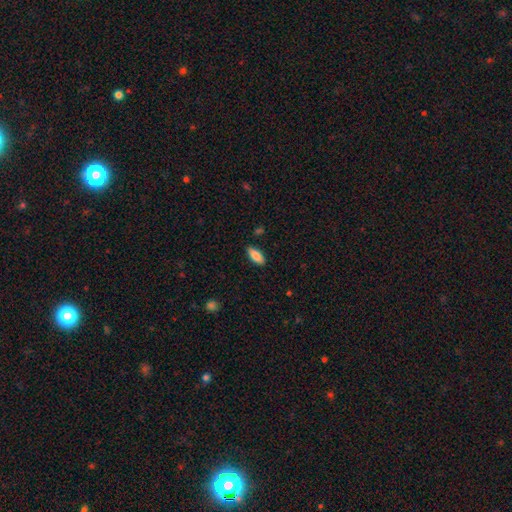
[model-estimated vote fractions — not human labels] This is clearly a smooth galaxy (83%). How rounded: clearly in between (84%). Merging: clearly none (87%).